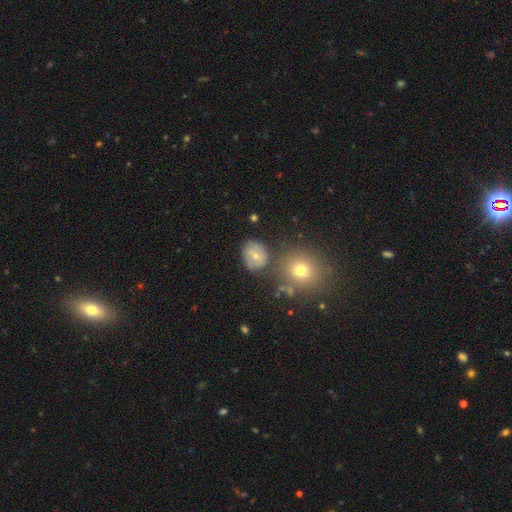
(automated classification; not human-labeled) The model was most divided on "smooth or featured": featured or disk: 54%, smooth: 36%, star or artifact: 10%. More confident: edge-on disk — no (97%); spiral arms — yes (76%); merging — none (68%); bulge size — small (59%); bar — no (58%).